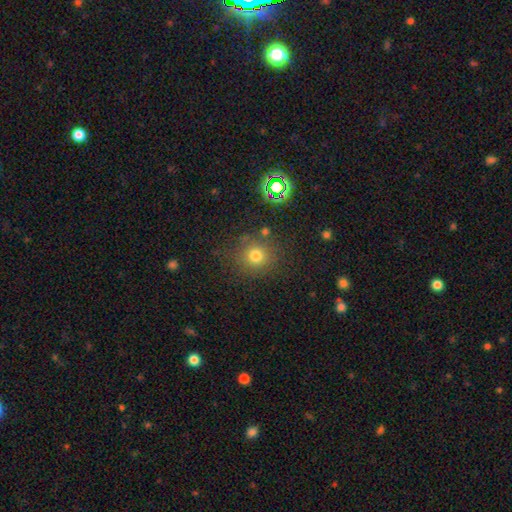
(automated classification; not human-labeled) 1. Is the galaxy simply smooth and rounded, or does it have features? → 73% smooth, 19% star or artifact, 8% featured or disk.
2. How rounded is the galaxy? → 89% round, 10% in between, 1% cigar-shaped.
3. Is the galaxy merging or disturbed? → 80% none, 11% minor disturbance, 5% major disturbance, 5% merger.